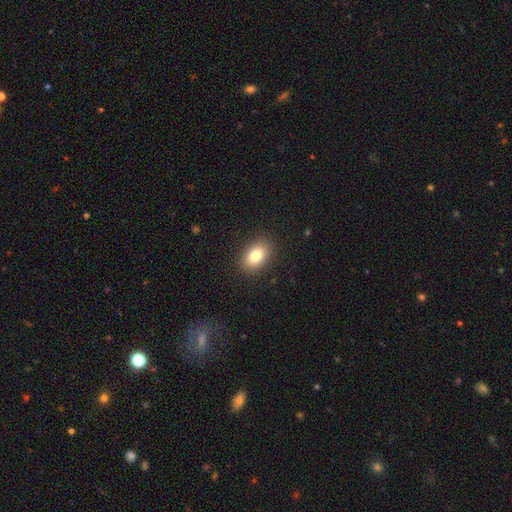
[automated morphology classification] smooth 81%, featured or disk 10%, star or artifact 9%. Down the decision tree: how rounded — in between (81%); merging — none (89%).